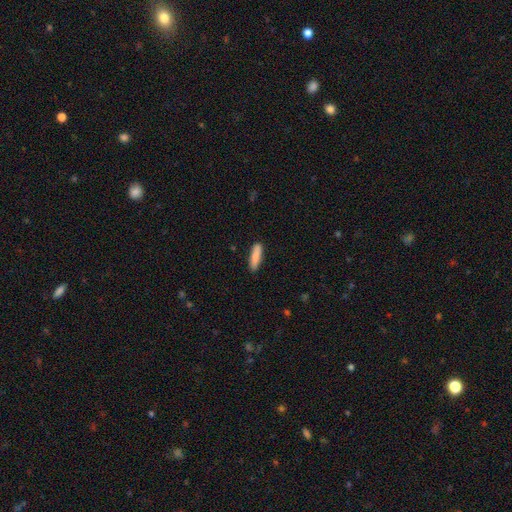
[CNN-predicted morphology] Overall: smooth (86%). How rounded: cigar-shaped (76%). Merging: none (87%).